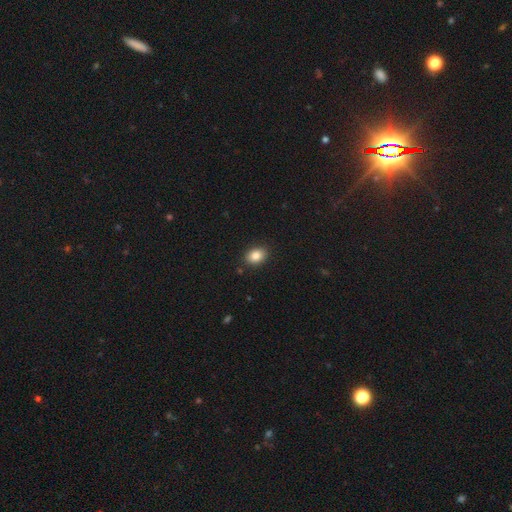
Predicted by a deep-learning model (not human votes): This is clearly a smooth galaxy (86%). How rounded: likely in between (75%). Merging: clearly none (88%).